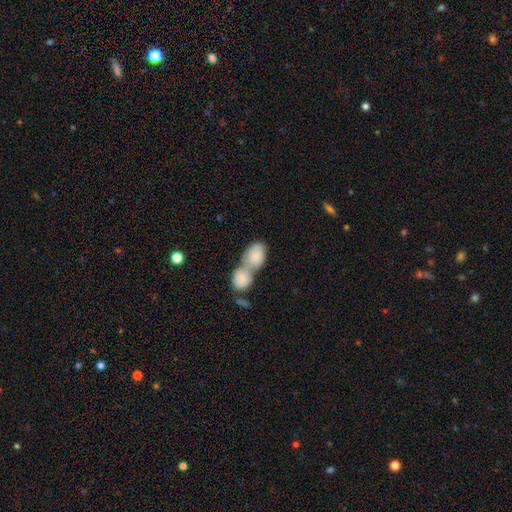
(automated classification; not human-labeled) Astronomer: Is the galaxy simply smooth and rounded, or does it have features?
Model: smooth — 81%.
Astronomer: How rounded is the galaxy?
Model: in between — 80%.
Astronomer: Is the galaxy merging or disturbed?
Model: merger — 76%.